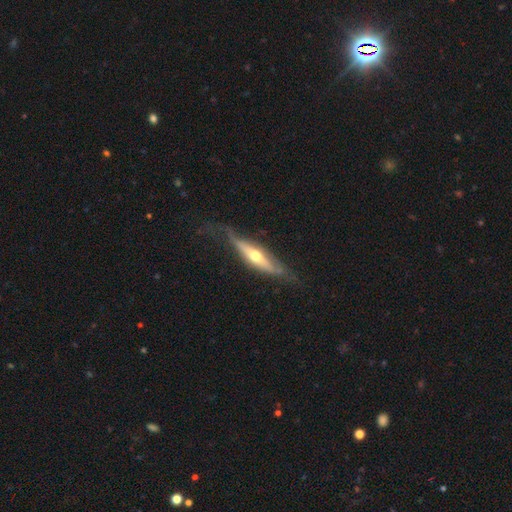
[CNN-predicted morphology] Overall: featured or disk (66%; smooth 29%). Edge-on disk: yes (76%). Merging: none (59%; minor disturbance 25%).